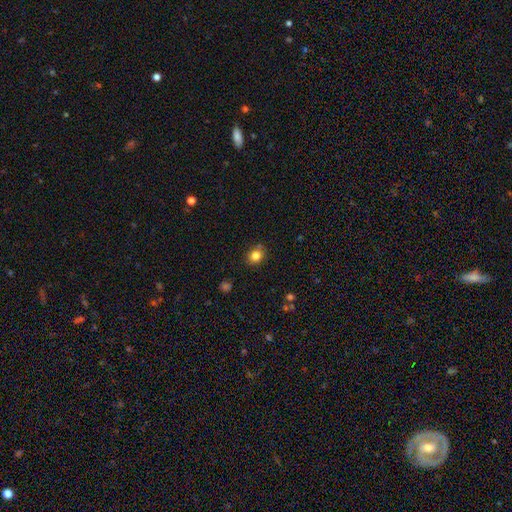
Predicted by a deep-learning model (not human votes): smooth 82%, star or artifact 12%, featured or disk 6%. Down the decision tree: how rounded — round (69%); merging — none (82%).